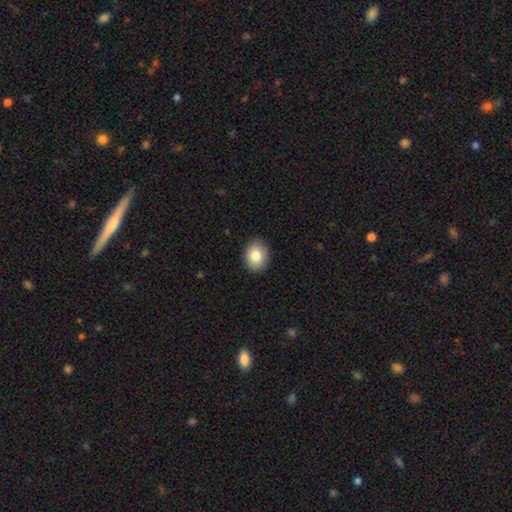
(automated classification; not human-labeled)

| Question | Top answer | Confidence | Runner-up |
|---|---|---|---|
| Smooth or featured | smooth | 84% | star or artifact (8%) |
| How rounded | round | 60% | in between (39%) |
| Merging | none | 90% | minor disturbance (7%) |